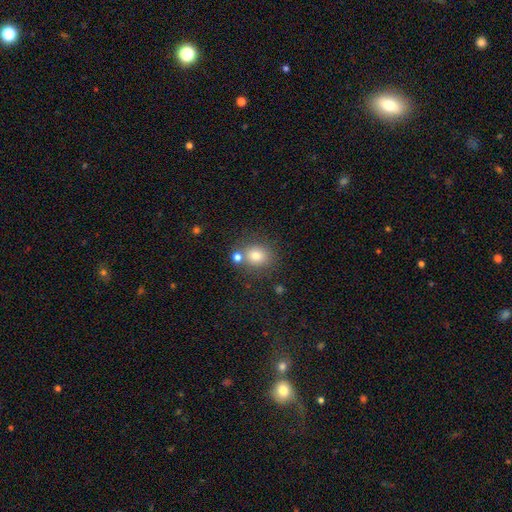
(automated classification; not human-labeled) Morphology: type=smooth (79%); roundness=round (72%); merging=none (66%).